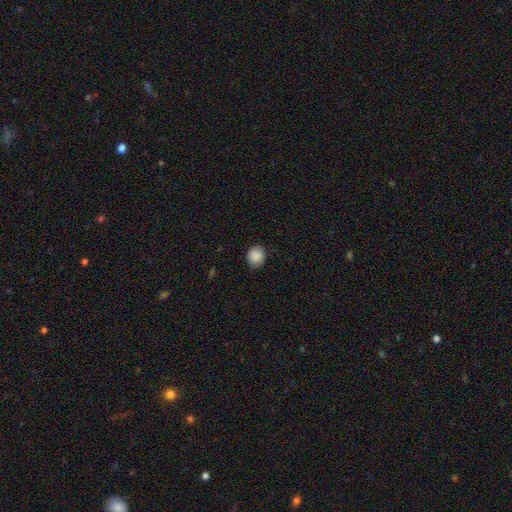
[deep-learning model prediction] Q: Smooth or featured?
A: smooth (88%); runner-up: star or artifact (8%)
Q: How rounded?
A: round (74%); runner-up: in between (25%)
Q: Merging?
A: none (84%); runner-up: minor disturbance (12%)